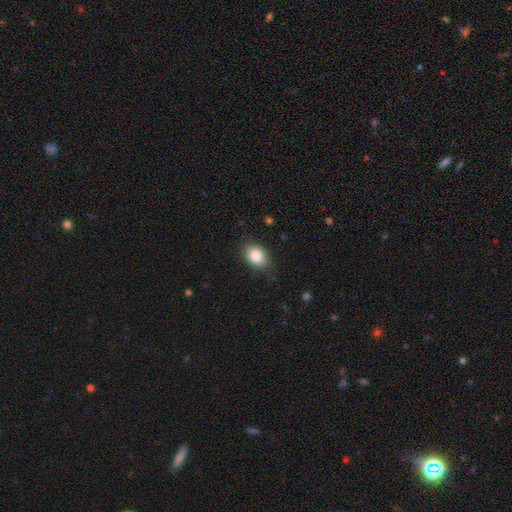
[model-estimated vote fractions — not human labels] Smooth or featured?
  - smooth: 86% *
  - star or artifact: 8%
  - featured or disk: 6%
How rounded?
  - in between: 77% *
  - round: 22%
  - cigar-shaped: 1%
Merging?
  - none: 82% *
  - minor disturbance: 14%
  - major disturbance: 3%
  - merger: 1%